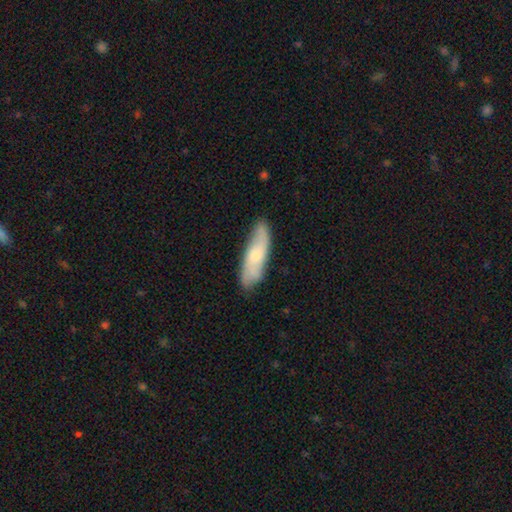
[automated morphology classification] smooth-or-featured: smooth: 52% | featured or disk: 42% | star or artifact: 6%
  how-rounded: cigar-shaped: 55% | in between: 43% | round: 2%
  merging: none: 79% | minor disturbance: 17% | major disturbance: 3% | merger: 1%